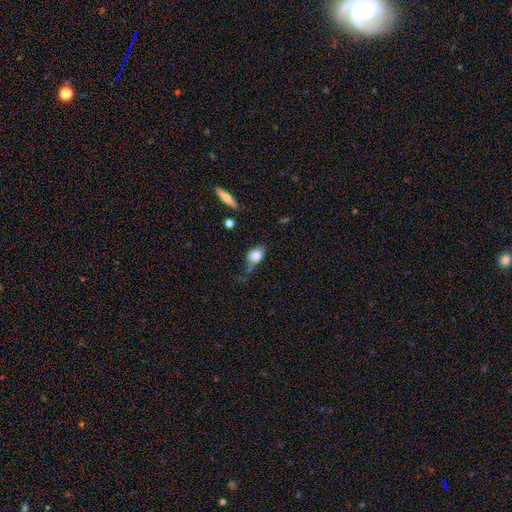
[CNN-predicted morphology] This is likely a smooth galaxy (77%). How rounded: likely in between (63%). Merging: marginally major disturbance (32%, tied with minor disturbance).